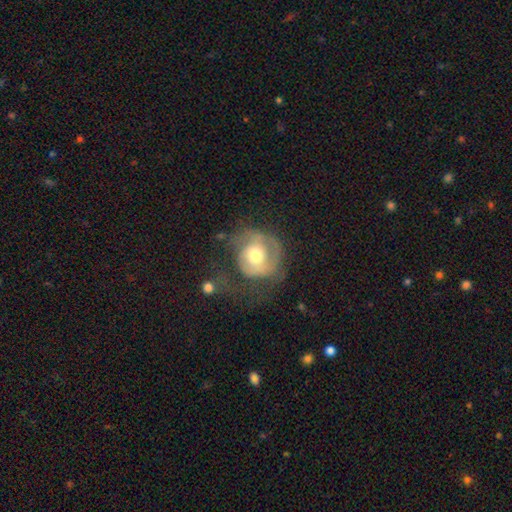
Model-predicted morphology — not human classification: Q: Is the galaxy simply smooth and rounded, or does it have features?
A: featured or disk — 53%.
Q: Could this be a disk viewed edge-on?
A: no — 97%.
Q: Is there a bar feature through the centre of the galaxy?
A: no — 73%.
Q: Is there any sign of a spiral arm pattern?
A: yes — 62%.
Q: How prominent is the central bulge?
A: moderate — 68%.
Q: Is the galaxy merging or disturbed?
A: major disturbance — 37%.